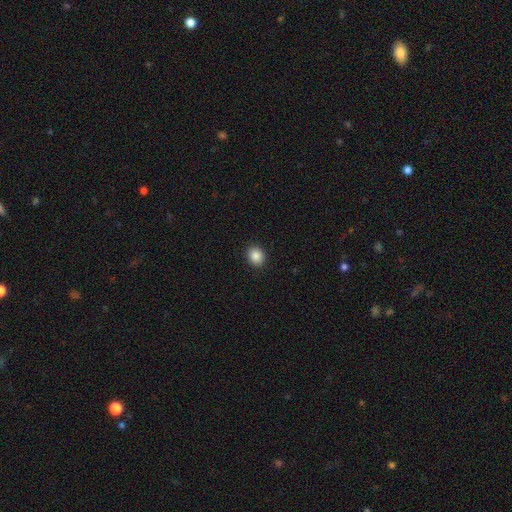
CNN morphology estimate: Overall: smooth (87%). How rounded: round (69%; in between 30%). Merging: none (91%).